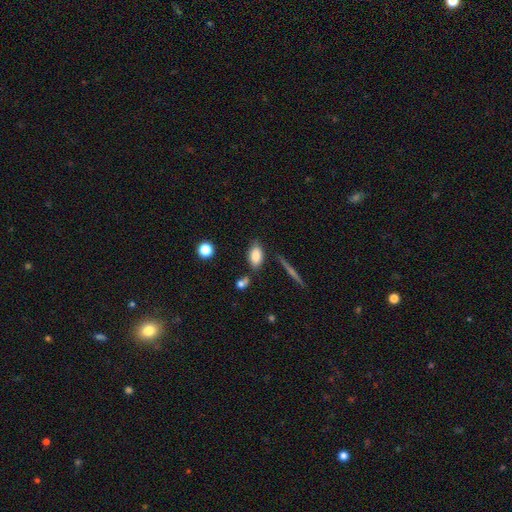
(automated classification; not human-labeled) A smooth galaxy with no disk features (82%) that is in between round and cigar-shaped (89%). Merging: none (71%).